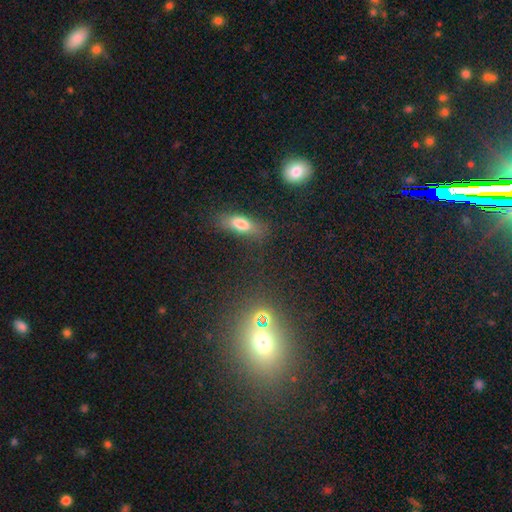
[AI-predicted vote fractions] Morphology: type=smooth (46%); merging=none (65%).